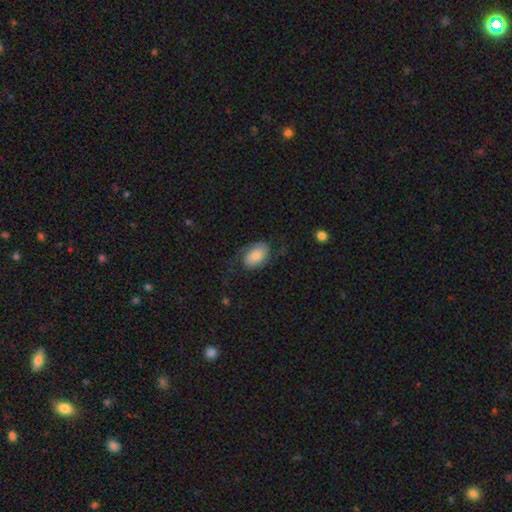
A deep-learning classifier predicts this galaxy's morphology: A smooth galaxy with no disk features (56%) that is in between round and cigar-shaped (90%). Merging: none (56%).